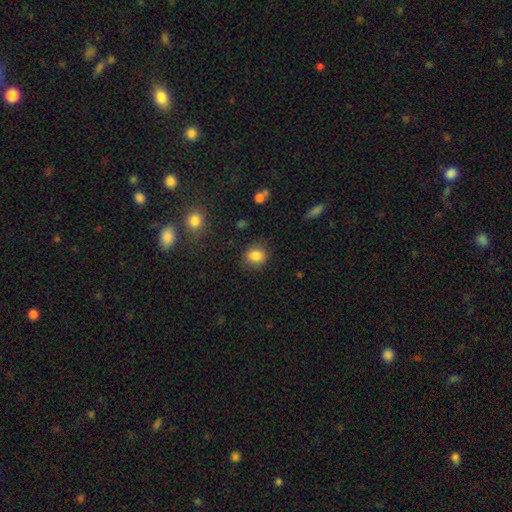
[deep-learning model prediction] The model was most divided on "how rounded": round: 64%, in between: 35%, cigar-shaped: 1%. More confident: smooth or featured — smooth (84%); merging — none (82%).